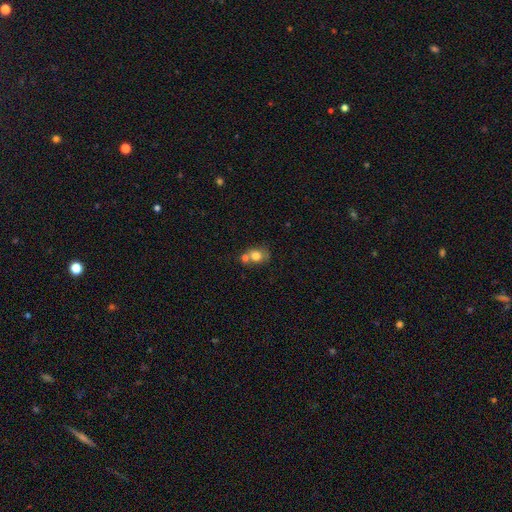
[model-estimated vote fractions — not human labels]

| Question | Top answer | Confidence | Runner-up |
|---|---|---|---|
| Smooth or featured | smooth | 76% | featured or disk (14%) |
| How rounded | round | 62% | in between (37%) |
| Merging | merger | 48% | none (35%) |